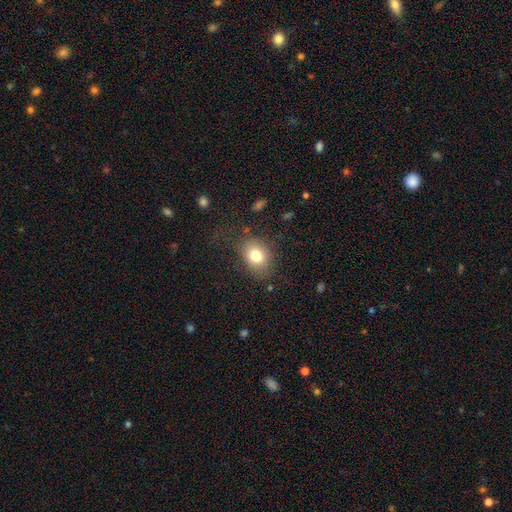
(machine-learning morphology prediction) Smooth or featured? smooth (78%)
How rounded? in between (63%)
Merging? none (73%)